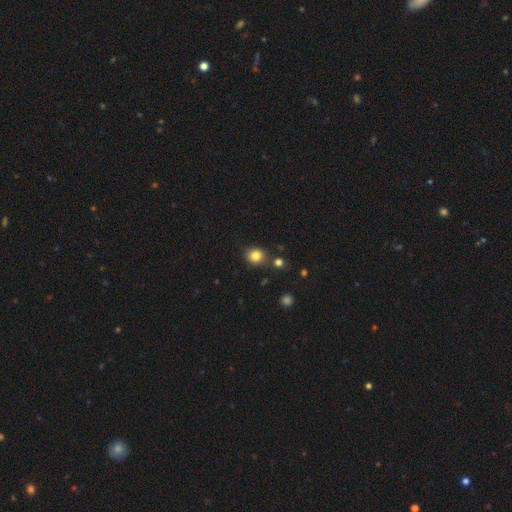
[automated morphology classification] This appears to be a smooth galaxy with no disk features (82%) that is round (77%). Merging: none (79%).